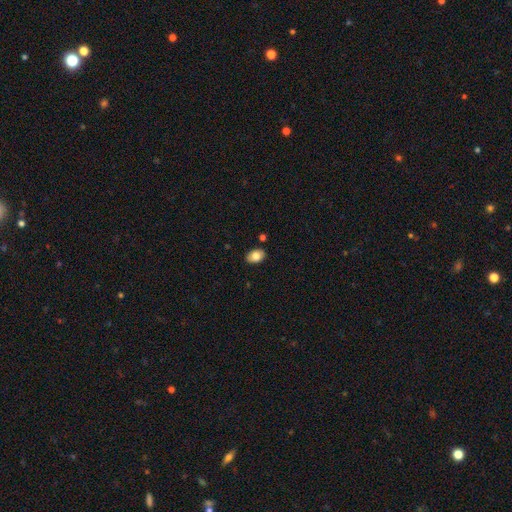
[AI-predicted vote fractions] Q: Smooth or featured?
A: smooth (82%); runner-up: featured or disk (10%)
Q: How rounded?
A: in between (86%); runner-up: round (13%)
Q: Merging?
A: none (86%); runner-up: minor disturbance (10%)